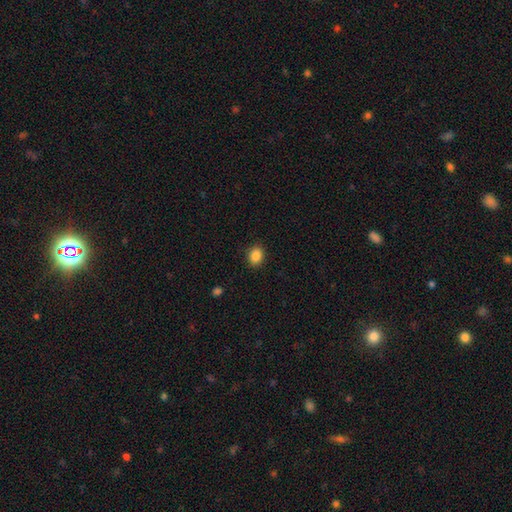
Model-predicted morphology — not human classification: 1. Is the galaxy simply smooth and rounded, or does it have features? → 87% smooth, 9% star or artifact, 4% featured or disk.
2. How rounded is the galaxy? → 58% in between, 41% round, 1% cigar-shaped.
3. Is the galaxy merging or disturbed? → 89% none, 8% minor disturbance, 2% major disturbance, 1% merger.